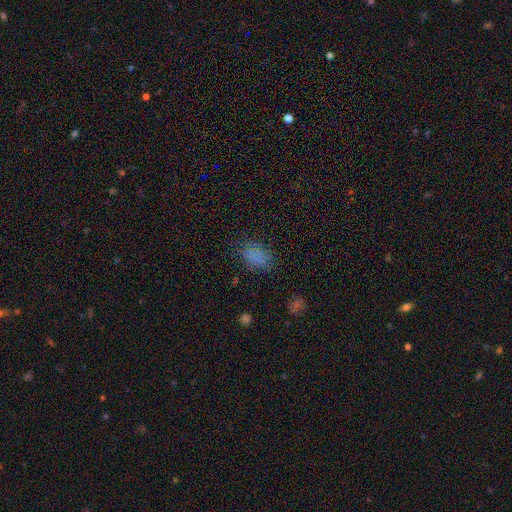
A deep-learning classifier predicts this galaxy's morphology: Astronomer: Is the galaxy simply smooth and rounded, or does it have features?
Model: smooth — 73%.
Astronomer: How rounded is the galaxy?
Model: in between — 80%.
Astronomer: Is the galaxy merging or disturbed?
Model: none — 77%.